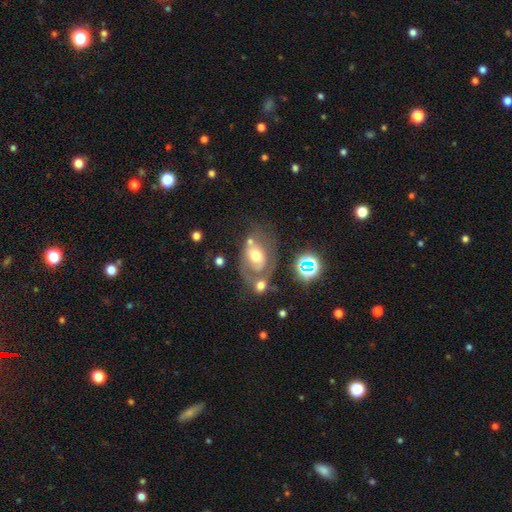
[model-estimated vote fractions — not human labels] smooth_or_featured: featured or disk (p=0.50) [alt: smooth p=0.37]
disk_edge_on: no (p=0.94) [alt: yes p=0.06]
merging: none (p=0.34) [alt: merger p=0.26]